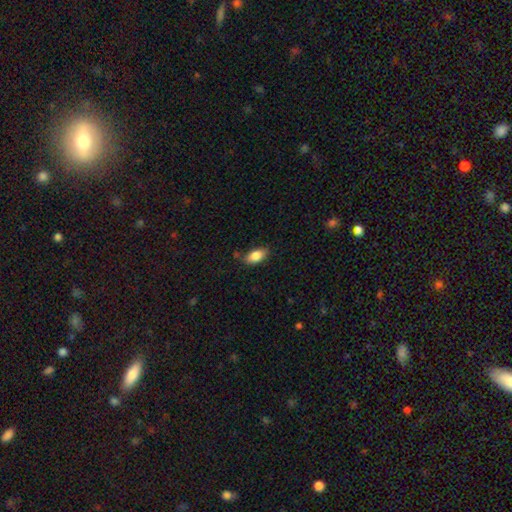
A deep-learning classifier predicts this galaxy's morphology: Overall: smooth (84%). How rounded: in between (91%). Merging: none (75%).